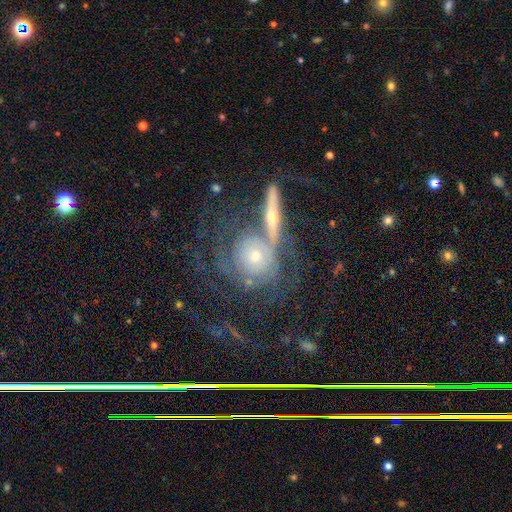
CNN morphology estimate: A featured or disk galaxy (43%). Merging: none (49%).